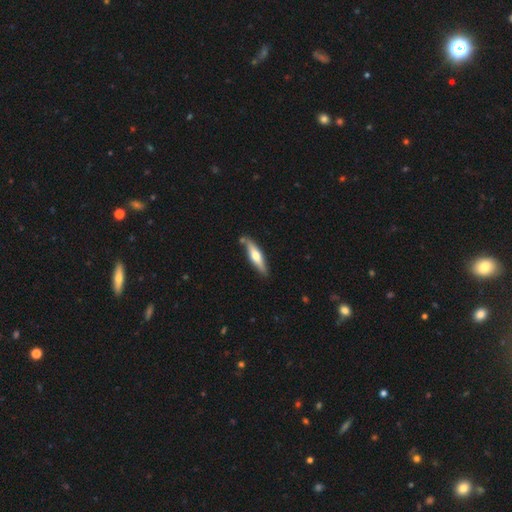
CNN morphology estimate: Smooth or featured: featured or disk — 52% (smooth — 43%)
Edge-on disk: yes — 93% (no — 7%)
Merging: none — 81% (minor disturbance — 12%)